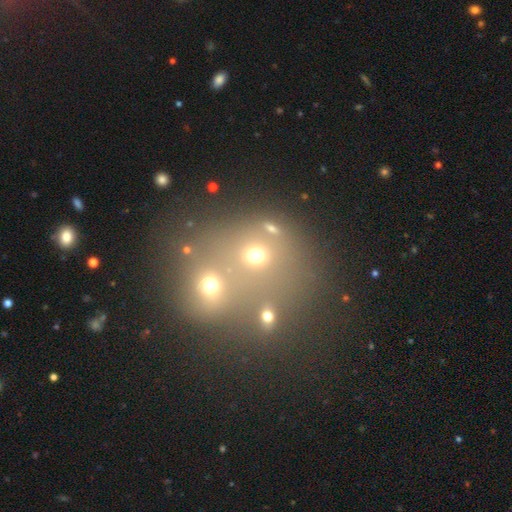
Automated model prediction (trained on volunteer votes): A smooth galaxy with no disk features (49%).

Vote fractions:
- Smooth or featured? smooth: 49% / star or artifact: 34% / featured or disk: 16%
- Merging? merger: 52% / none: 36% / minor disturbance: 7% / major disturbance: 5%